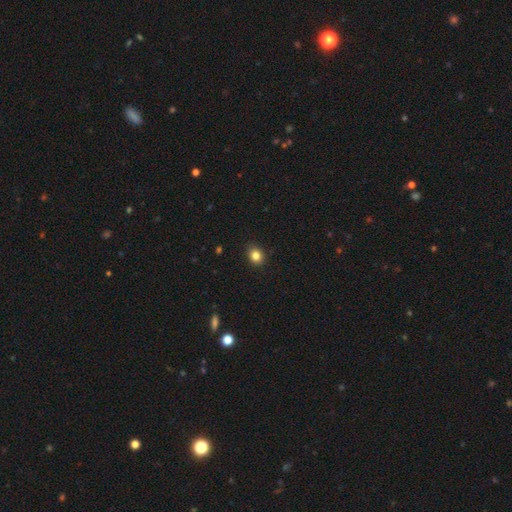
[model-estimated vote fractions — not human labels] smooth_or_featured: smooth (p=0.84) [alt: star or artifact p=0.11]
how_rounded: round (p=0.59) [alt: in between p=0.40]
merging: none (p=0.88) [alt: minor disturbance p=0.09]